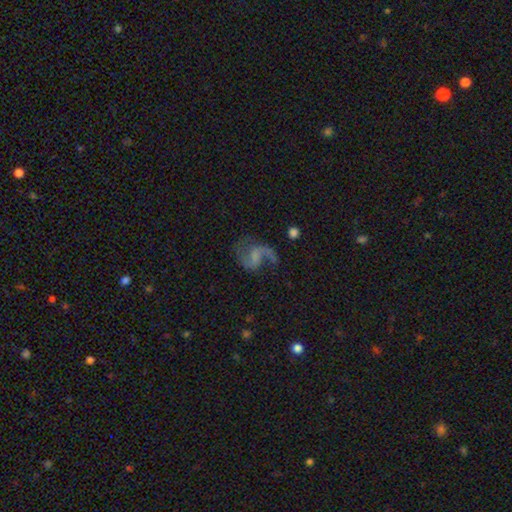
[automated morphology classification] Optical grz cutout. It shows a featured or disk galaxy (83%) with a weak bar (48%), 2 (80%) loose (66%) spiral arms (94%) and no central bulge (58%). Merging: none (57%).